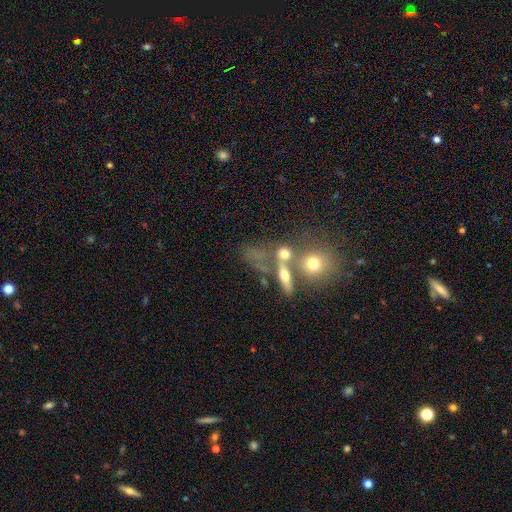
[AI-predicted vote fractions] This appears to be a smooth galaxy with no disk features (50%). Merging: merger (39%).